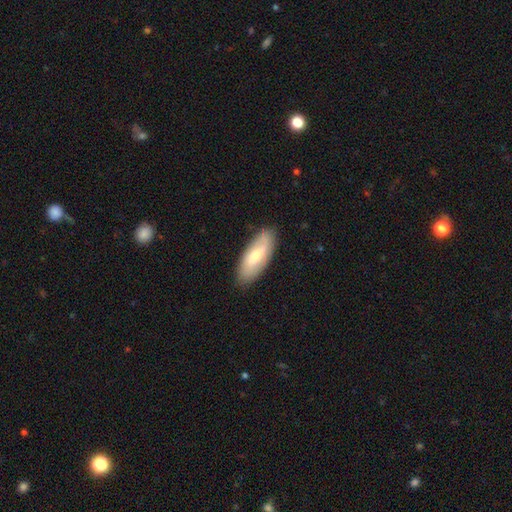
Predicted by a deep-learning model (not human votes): smooth_or_featured: smooth (p=0.57) [alt: featured or disk p=0.37]
how_rounded: in between (p=0.75) [alt: cigar-shaped p=0.23]
merging: none (p=0.84) [alt: minor disturbance p=0.12]